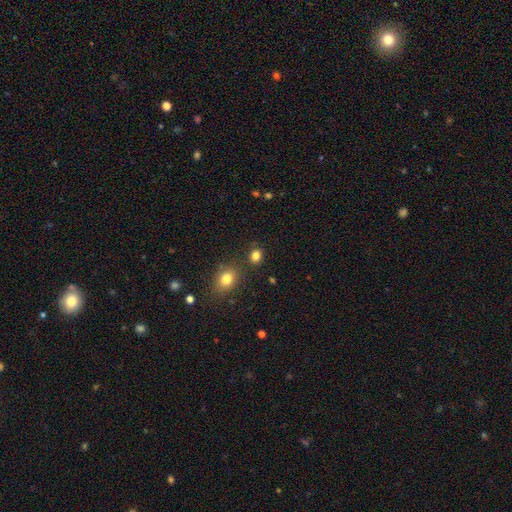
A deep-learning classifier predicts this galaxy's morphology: This appears to be a smooth galaxy with no disk features (82%) that is round (67%). Merging: none (82%).